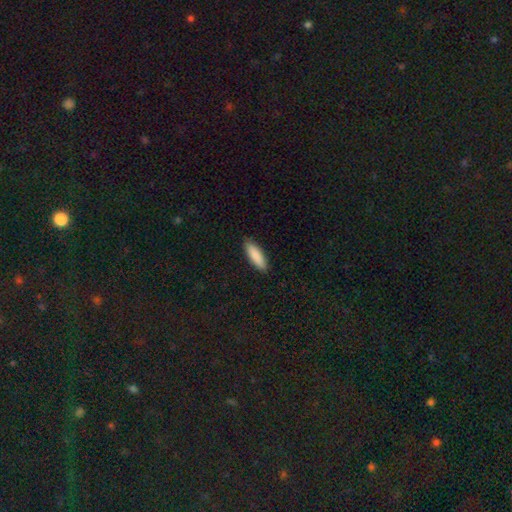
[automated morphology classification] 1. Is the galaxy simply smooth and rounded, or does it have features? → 89% smooth, 6% featured or disk, 5% star or artifact.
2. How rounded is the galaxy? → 50% cigar-shaped, 49% in between, 1% round.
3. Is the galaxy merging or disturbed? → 89% none, 8% minor disturbance, 2% major disturbance, 1% merger.